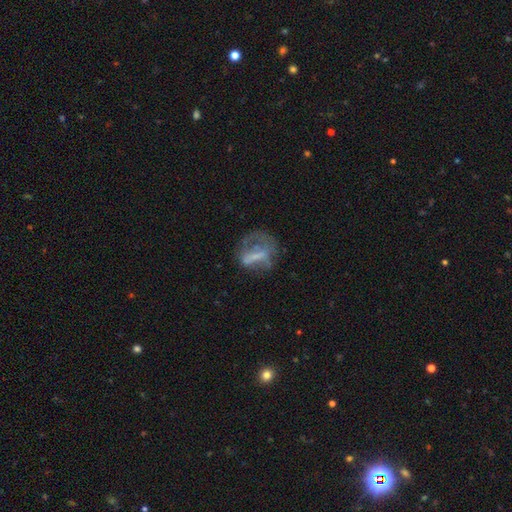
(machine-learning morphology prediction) Smooth or featured?
  - featured or disk: 48% *
  - smooth: 38%
  - star or artifact: 13%
Merging?
  - major disturbance: 38% * (tied)
  - none: 38% * (tied)
  - minor disturbance: 20%
  - merger: 4%